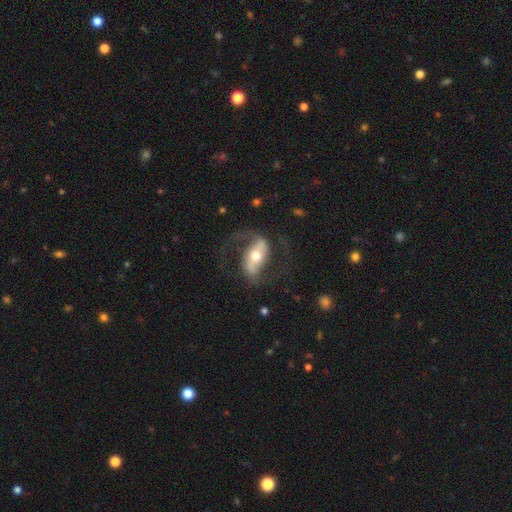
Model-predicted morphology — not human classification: The model was most divided on "spiral winding": loose: 45%, medium: 44%, tight: 11%. More confident: edge-on disk — no (94%); spiral arm count — 2 (91%); spiral arms — yes (90%); smooth or featured — featured or disk (83%); merging — none (69%); bulge size — moderate (67%); bar — strong (56%).